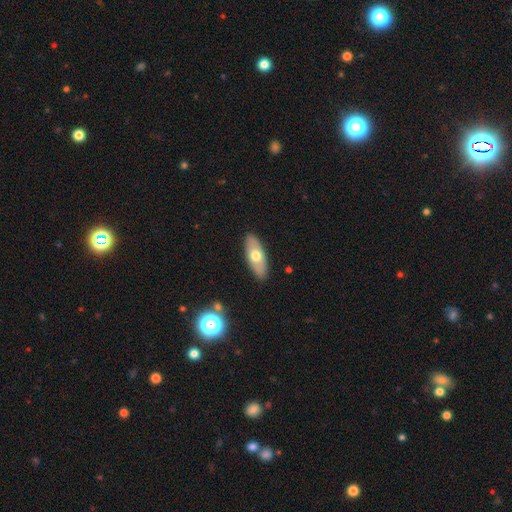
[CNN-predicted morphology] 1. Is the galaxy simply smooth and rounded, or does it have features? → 58% smooth, 36% featured or disk, 6% star or artifact.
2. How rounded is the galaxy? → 82% in between, 15% cigar-shaped, 3% round.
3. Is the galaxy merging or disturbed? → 88% none, 9% minor disturbance, 2% major disturbance, 1% merger.